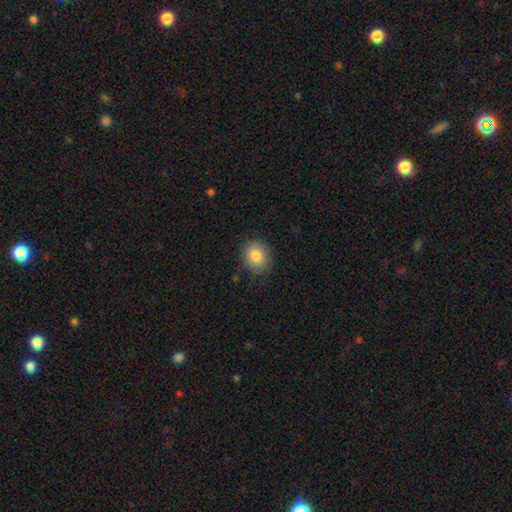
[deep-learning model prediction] The model was most divided on "how rounded": round: 74%, in between: 25%, cigar-shaped: 1%. More confident: smooth or featured — smooth (84%); merging — none (84%).